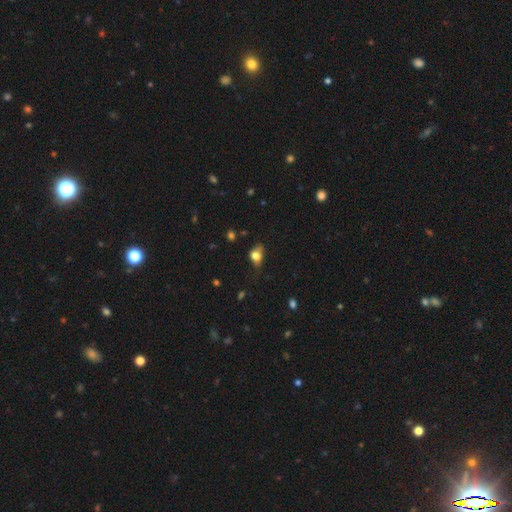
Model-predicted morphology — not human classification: Smooth or featured? smooth (74%)
How rounded? in between (66%)
Merging? none (43%)